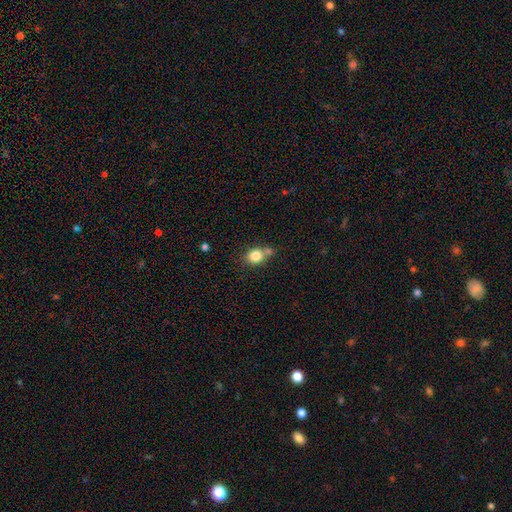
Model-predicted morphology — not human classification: smooth-or-featured: smooth: 82% | star or artifact: 10% | featured or disk: 8%
  how-rounded: round: 70% | in between: 29% | cigar-shaped: 1%
  merging: none: 54% | merger: 29% | minor disturbance: 13% | major disturbance: 4%